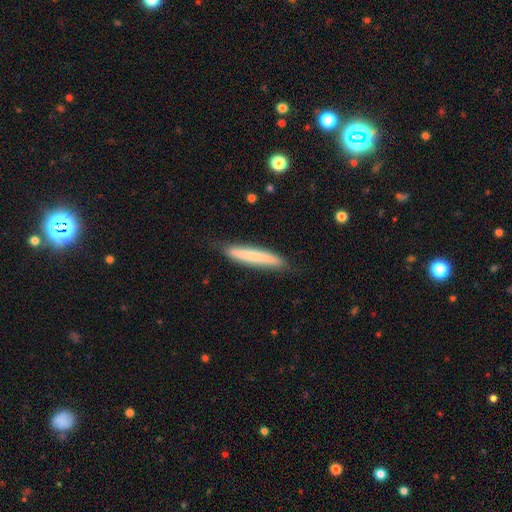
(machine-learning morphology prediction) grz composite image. It shows a smooth galaxy with no disk features (69%) that is cigar-shaped (92%). Merging: none (82%).